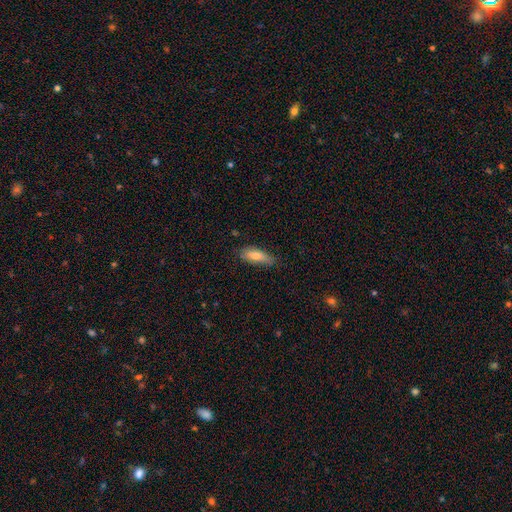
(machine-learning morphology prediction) smooth 75%, featured or disk 18%, star or artifact 7%. Down the decision tree: how rounded — in between (61%); merging — none (69%).